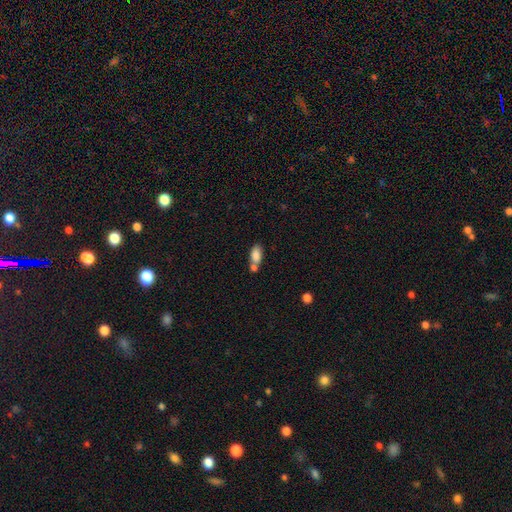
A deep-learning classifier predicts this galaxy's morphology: Q: Smooth or featured?
A: smooth (83%); runner-up: featured or disk (9%)
Q: How rounded?
A: in between (88%); runner-up: cigar-shaped (7%)
Q: Merging?
A: merger (44%); runner-up: none (40%)